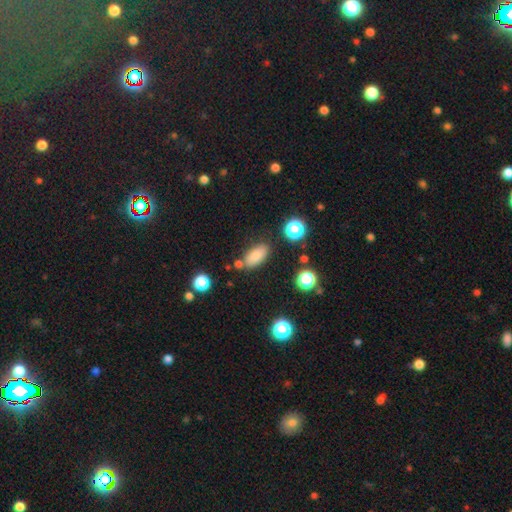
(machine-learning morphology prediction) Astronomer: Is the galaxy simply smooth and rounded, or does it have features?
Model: smooth — 79%.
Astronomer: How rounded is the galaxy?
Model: in between — 88%.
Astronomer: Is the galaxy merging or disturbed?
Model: none — 76%.